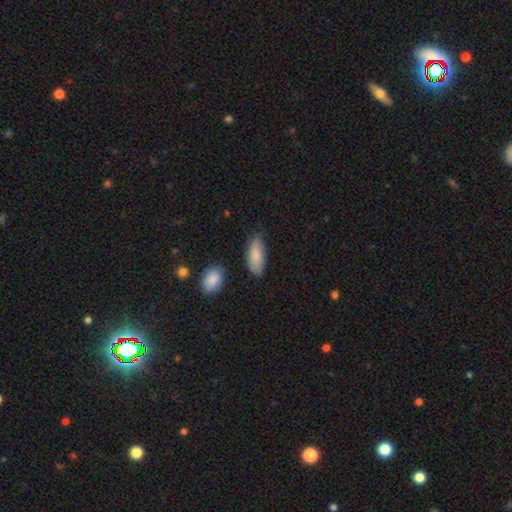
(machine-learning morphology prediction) A smooth galaxy with no disk features (86%) that is in between round and cigar-shaped (83%).

Vote fractions:
- Smooth or featured? smooth: 86% / featured or disk: 8% / star or artifact: 6%
- How rounded? in between: 83% / cigar-shaped: 15% / round: 2%
- Merging? none: 74% / minor disturbance: 19% / major disturbance: 4% / merger: 3%